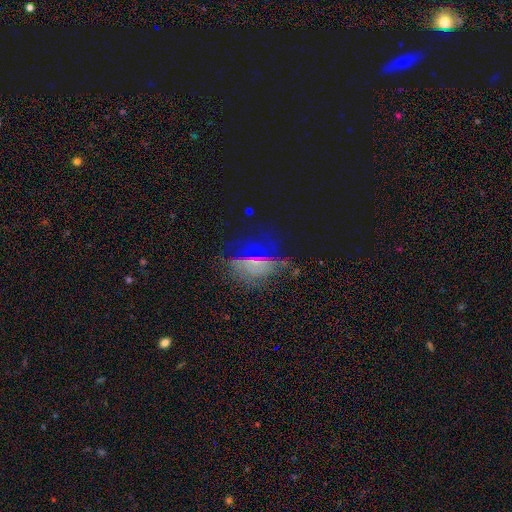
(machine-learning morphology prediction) Q: Smooth or featured?
A: star or artifact (35%); runner-up: featured or disk (33%)